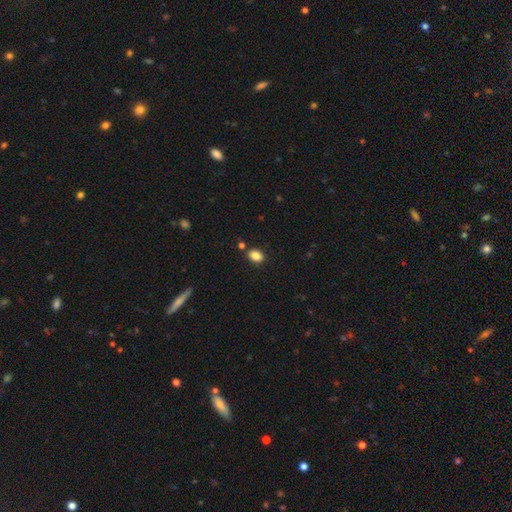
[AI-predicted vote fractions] smooth_or_featured: smooth (p=0.86) [alt: star or artifact p=0.09]
how_rounded: in between (p=0.78) [alt: round p=0.21]
merging: none (p=0.81) [alt: minor disturbance p=0.10]